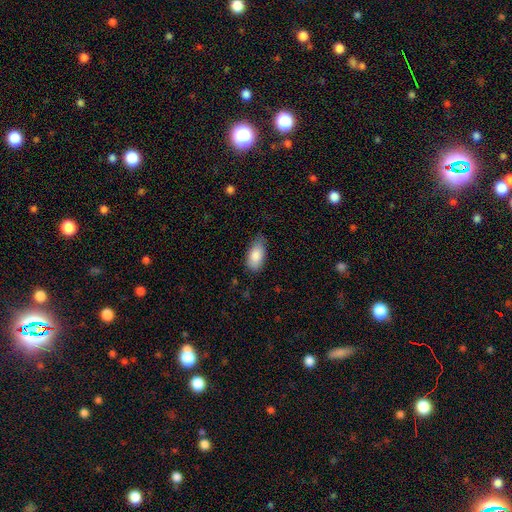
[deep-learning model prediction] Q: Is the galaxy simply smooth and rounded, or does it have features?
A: smooth — 85%.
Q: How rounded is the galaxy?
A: in between — 93%.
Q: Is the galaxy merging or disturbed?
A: none — 65%.